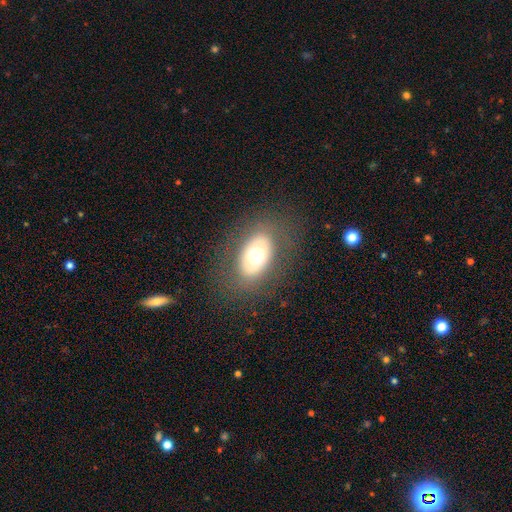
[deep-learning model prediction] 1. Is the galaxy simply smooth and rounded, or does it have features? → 56% smooth, 35% featured or disk, 9% star or artifact.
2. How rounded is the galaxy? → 84% in between, 15% round, 1% cigar-shaped.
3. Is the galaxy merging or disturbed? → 80% none, 11% minor disturbance, 7% major disturbance, 1% merger.